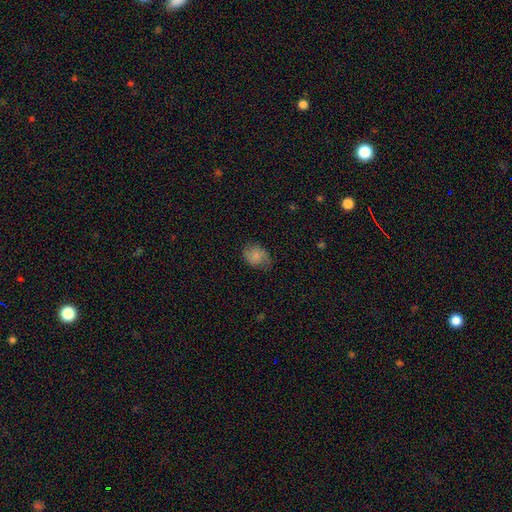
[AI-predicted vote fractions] Overall: smooth (74%). How rounded: in between (59%; round 40%). Merging: none (64%; minor disturbance 27%).